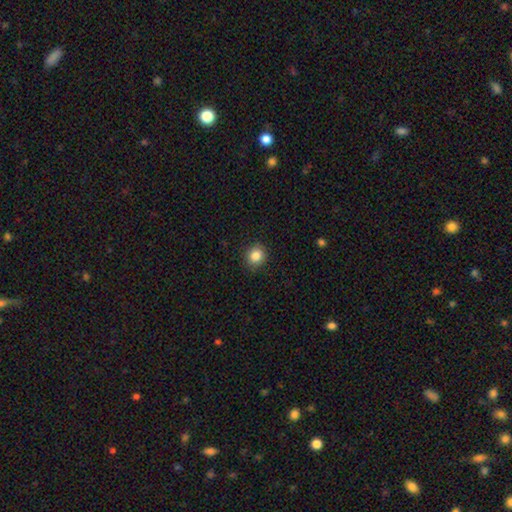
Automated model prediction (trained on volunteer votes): Smooth or featured: smooth — 85% (star or artifact — 10%)
How rounded: round — 85% (in between — 14%)
Merging: none — 90% (minor disturbance — 7%)